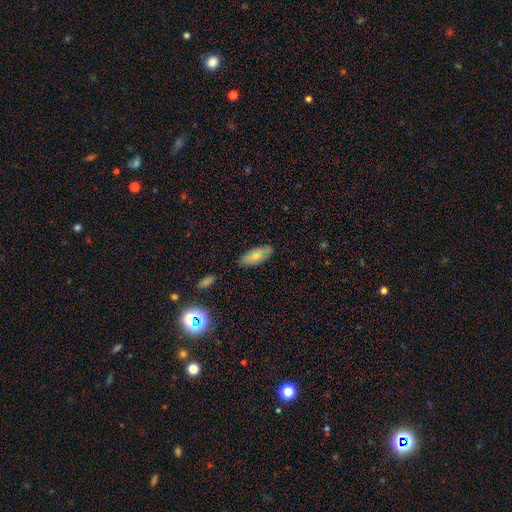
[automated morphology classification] This appears to be a smooth galaxy with no disk features (66%) that is in between round and cigar-shaped (82%). Merging: none (83%).